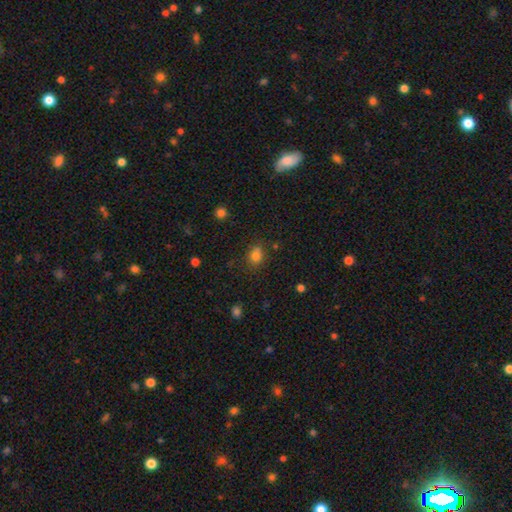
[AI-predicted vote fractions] A smooth galaxy with no disk features (79%) that is round (52%). Merging: none (71%).